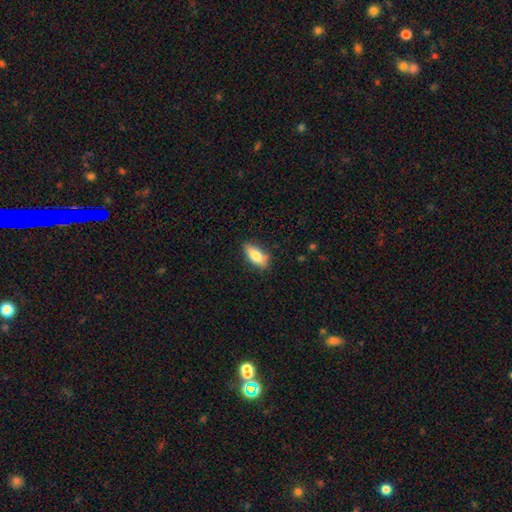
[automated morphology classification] type=smooth (75%); roundness=in between (79%); merging=none (81%).